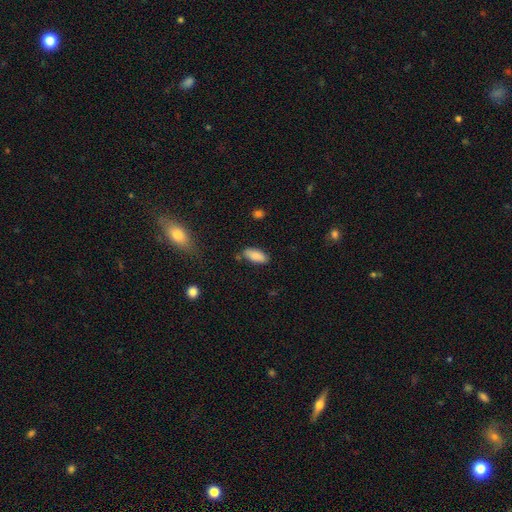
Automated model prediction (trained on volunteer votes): Q: Smooth or featured?
A: smooth (87%); runner-up: star or artifact (7%)
Q: How rounded?
A: in between (86%); runner-up: cigar-shaped (12%)
Q: Merging?
A: none (80%); runner-up: minor disturbance (14%)